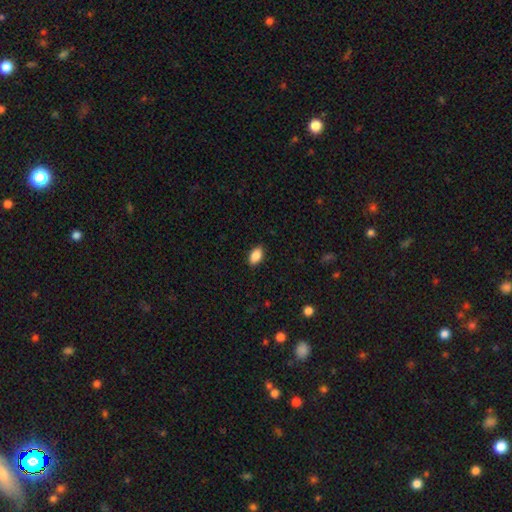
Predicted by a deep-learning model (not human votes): smooth 89%, star or artifact 7%, featured or disk 4%. Down the decision tree: how rounded — in between (92%); merging — none (89%).